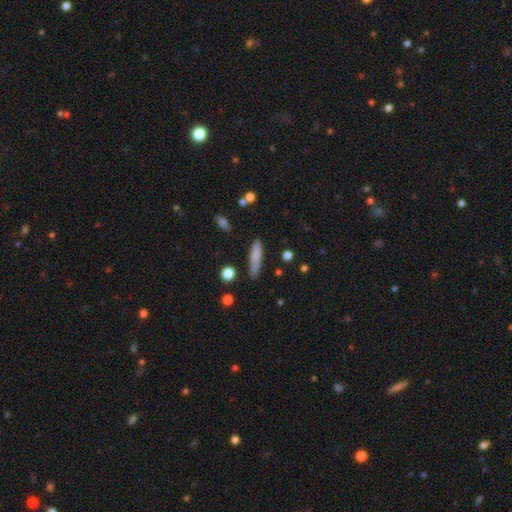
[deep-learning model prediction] This appears to be a smooth galaxy with no disk features (79%) that is cigar-shaped (81%). Merging: none (78%).